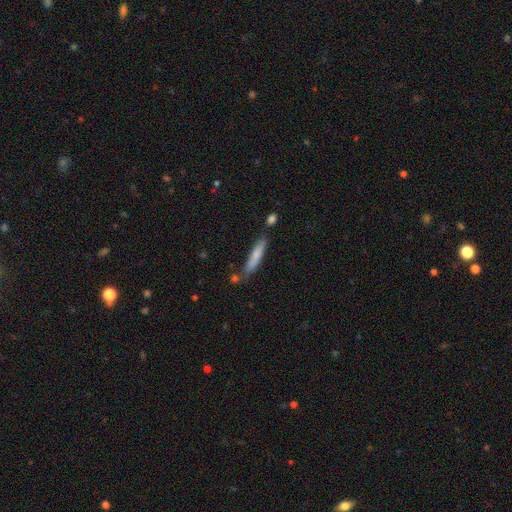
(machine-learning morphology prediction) smooth_or_featured: smooth (p=0.74) [alt: featured or disk p=0.20]
how_rounded: cigar-shaped (p=0.90) [alt: in between p=0.09]
merging: none (p=0.74) [alt: minor disturbance p=0.15]